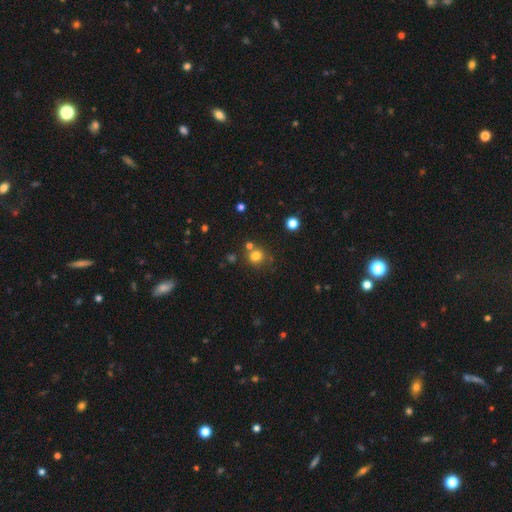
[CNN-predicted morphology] A smooth galaxy with no disk features (77%) that is round (76%). Merging: none (59%).